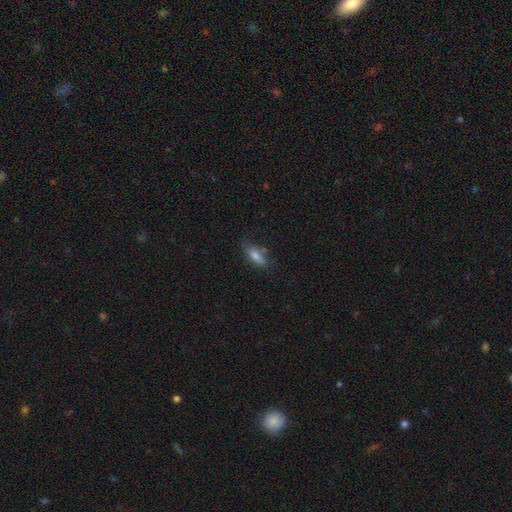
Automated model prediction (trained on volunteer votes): Smooth or featured?
  - smooth: 73% *
  - featured or disk: 17%
  - star or artifact: 9%
How rounded?
  - in between: 70% *
  - cigar-shaped: 27%
  - round: 3%
Merging?
  - none: 68% *
  - minor disturbance: 22%
  - major disturbance: 6%
  - merger: 4%